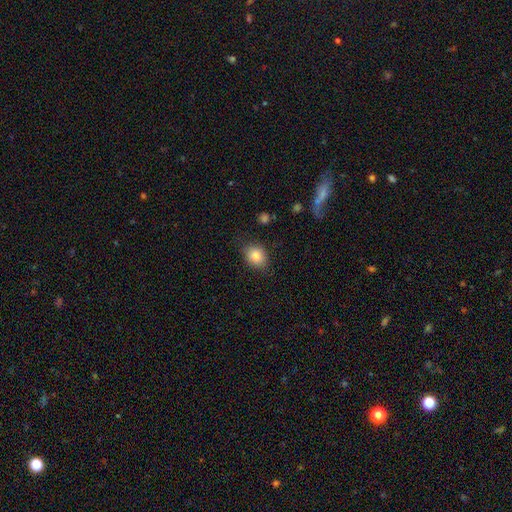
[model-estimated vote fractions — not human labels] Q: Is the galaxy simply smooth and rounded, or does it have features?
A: smooth — 83%.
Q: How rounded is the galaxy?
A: in between — 53%.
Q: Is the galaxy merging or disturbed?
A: none — 81%.